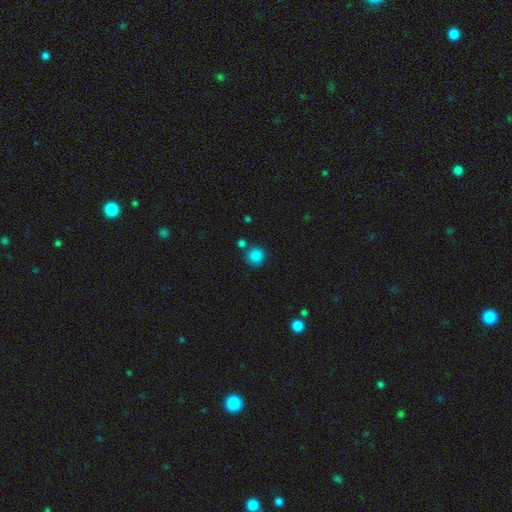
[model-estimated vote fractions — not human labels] Smooth or featured?
  - smooth: 86% *
  - star or artifact: 10%
  - featured or disk: 4%
How rounded?
  - round: 92% *
  - in between: 7%
  - cigar-shaped: 1%
Merging?
  - none: 78% *
  - merger: 10%
  - minor disturbance: 9%
  - major disturbance: 3%